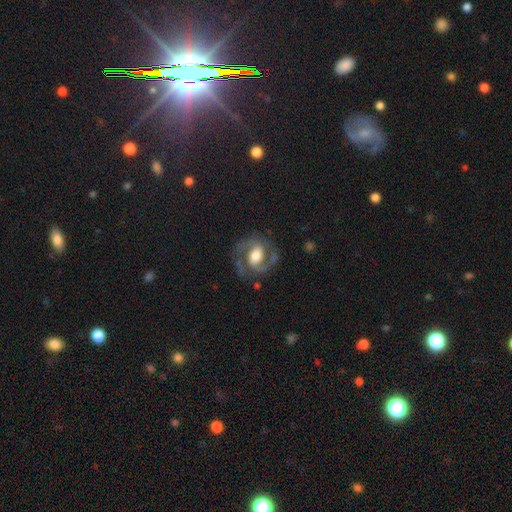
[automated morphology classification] featured or disk 85%, smooth 10%, star or artifact 5%. Down the decision tree: edge-on disk — no (98%); bar — weak (42%); spiral arms — yes (95%); spiral arm count — 2 (91%); spiral winding — medium (58%); bulge size — moderate (55%); merging — none (76%).